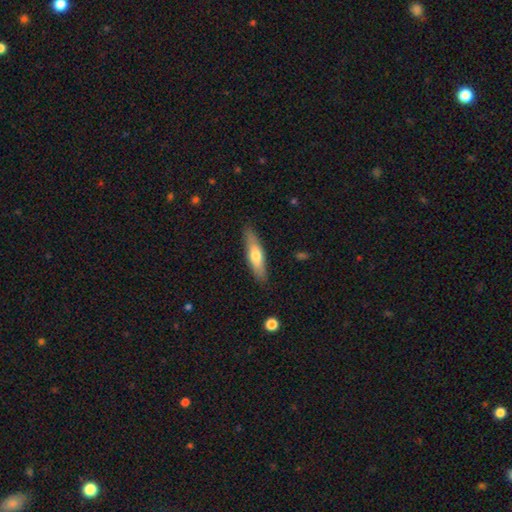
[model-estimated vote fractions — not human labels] Morphology: type=smooth (59%); roundness=cigar-shaped (68%); merging=none (86%).